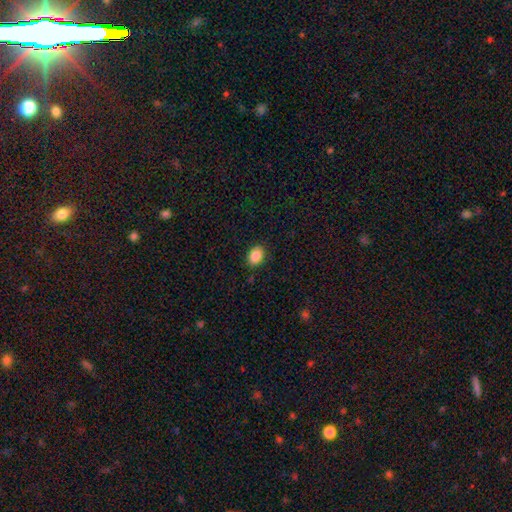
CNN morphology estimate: The model was most divided on "how rounded": in between: 75%, round: 24%, cigar-shaped: 1%. More confident: merging — none (88%); smooth or featured — smooth (87%).